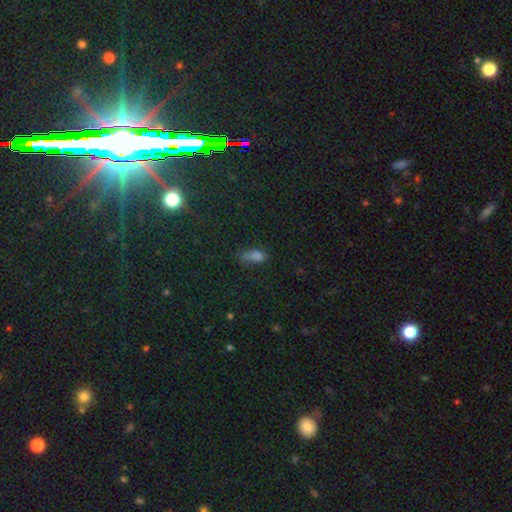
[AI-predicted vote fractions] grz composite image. It shows a smooth galaxy with no disk features (67%) that is in between round and cigar-shaped (71%). Merging: none (44%).